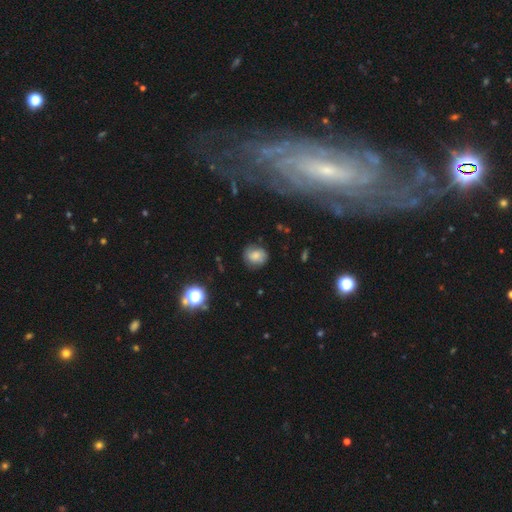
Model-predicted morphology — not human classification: smooth 68%, featured or disk 20%, star or artifact 11%. Down the decision tree: how rounded — round (72%); merging — none (75%).